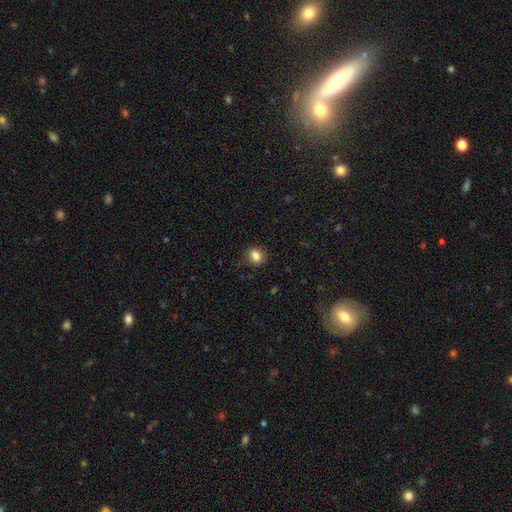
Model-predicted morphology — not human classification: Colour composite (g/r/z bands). It shows a smooth galaxy with no disk features (84%) that is round (55%). Merging: none (81%).